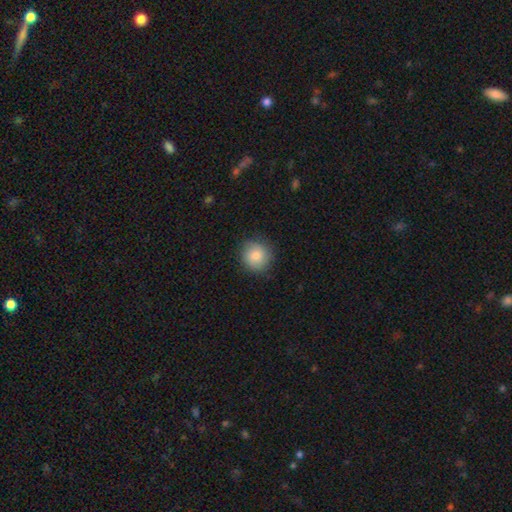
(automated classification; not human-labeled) smooth-or-featured: smooth: 83% | star or artifact: 9% | featured or disk: 8%
  how-rounded: round: 92% | in between: 7% | cigar-shaped: 1%
  merging: none: 87% | minor disturbance: 10% | major disturbance: 3% | merger: 1%